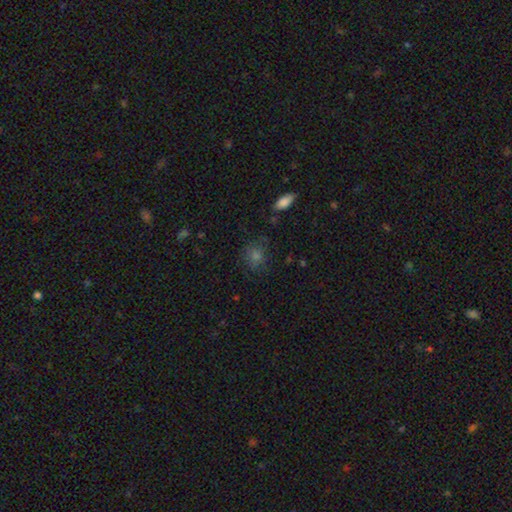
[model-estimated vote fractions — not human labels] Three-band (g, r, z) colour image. It shows a smooth galaxy with no disk features (65%) that is round (76%). Merging: none (77%).